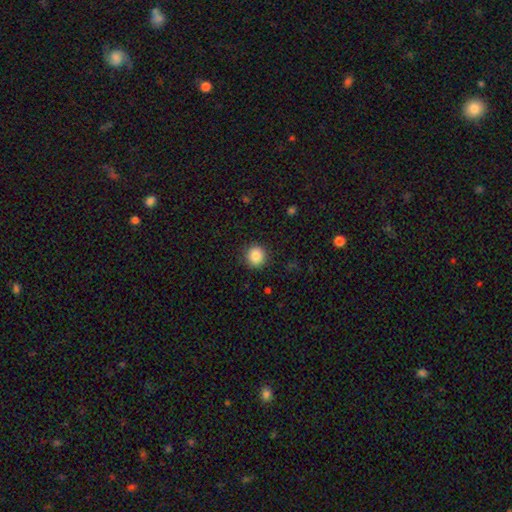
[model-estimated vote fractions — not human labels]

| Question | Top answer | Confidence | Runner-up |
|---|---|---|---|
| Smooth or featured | smooth | 87% | star or artifact (9%) |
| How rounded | round | 91% | in between (8%) |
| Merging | none | 91% | minor disturbance (6%) |